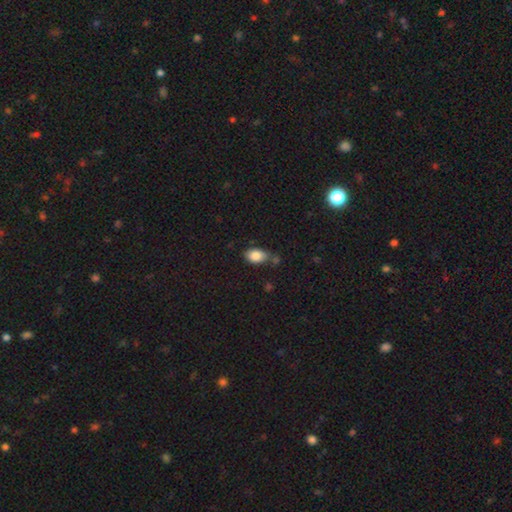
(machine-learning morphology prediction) A smooth galaxy with no disk features (85%) that is in between round and cigar-shaped (89%).

Vote fractions:
- Smooth or featured? smooth: 85% / star or artifact: 8% / featured or disk: 7%
- How rounded? in between: 89% / round: 9% / cigar-shaped: 2%
- Merging? none: 62% / minor disturbance: 22% / merger: 11% / major disturbance: 5%